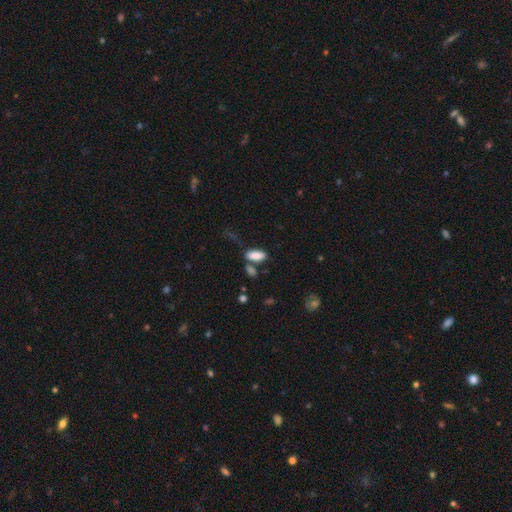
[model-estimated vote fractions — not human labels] This appears to be a smooth galaxy with no disk features (86%) that is in between round and cigar-shaped (80%). Merging: none (58%).